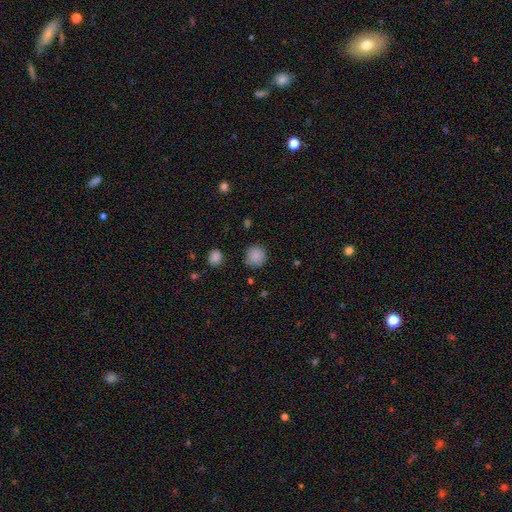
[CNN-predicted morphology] This is clearly a smooth galaxy (86%). How rounded: clearly round (91%). Merging: clearly none (84%).